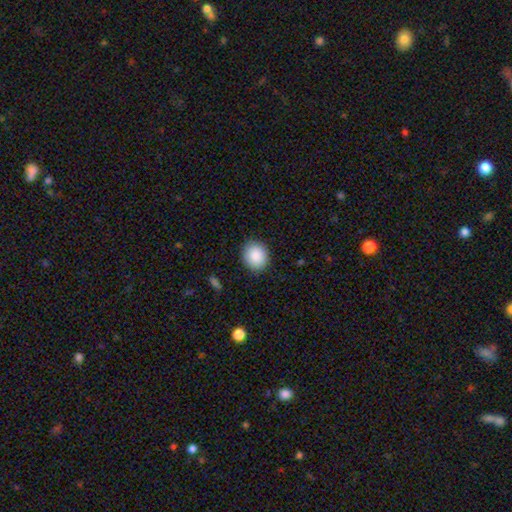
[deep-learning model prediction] Smooth or featured? Predicted: smooth (p=0.89). How rounded? Predicted: round (p=0.66). Merging? Predicted: none (p=0.88).